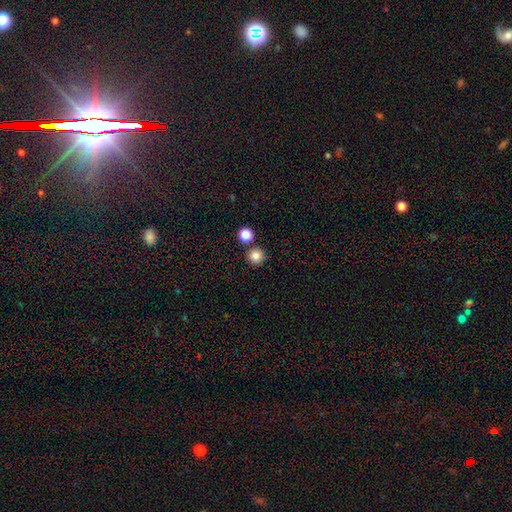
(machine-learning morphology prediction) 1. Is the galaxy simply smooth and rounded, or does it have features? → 82% smooth, 12% star or artifact, 6% featured or disk.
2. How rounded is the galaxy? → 95% round, 4% in between, 1% cigar-shaped.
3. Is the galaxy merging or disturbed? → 83% none, 9% merger, 6% minor disturbance, 2% major disturbance.